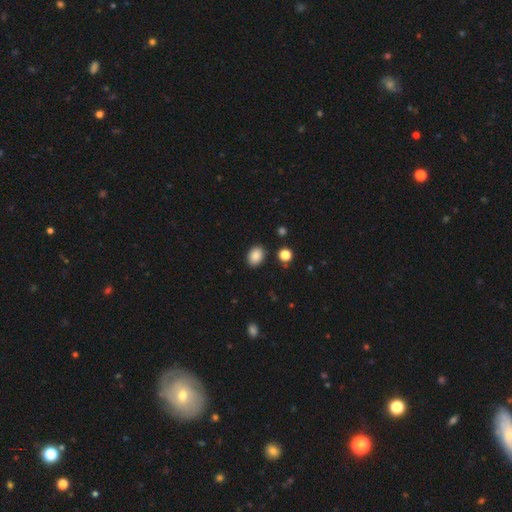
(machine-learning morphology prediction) Smooth or featured?
  - smooth: 87% *
  - star or artifact: 9%
  - featured or disk: 4%
How rounded?
  - in between: 70% *
  - round: 29%
  - cigar-shaped: 1%
Merging?
  - none: 87% *
  - minor disturbance: 8%
  - major disturbance: 2%
  - merger: 2%